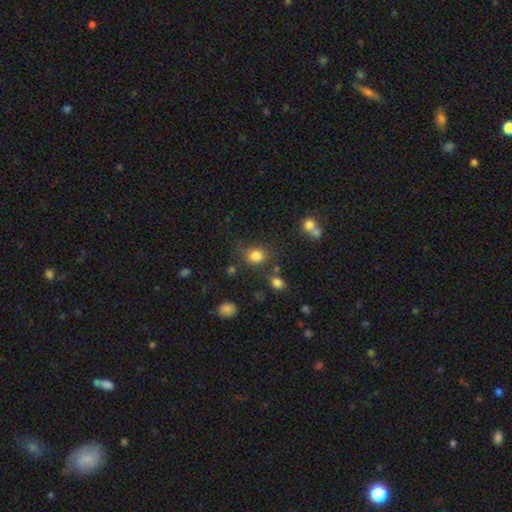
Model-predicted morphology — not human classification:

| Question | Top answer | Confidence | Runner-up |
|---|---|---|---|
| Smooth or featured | smooth | 81% | star or artifact (13%) |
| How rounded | round | 63% | in between (36%) |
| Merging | none | 69% | minor disturbance (17%) |